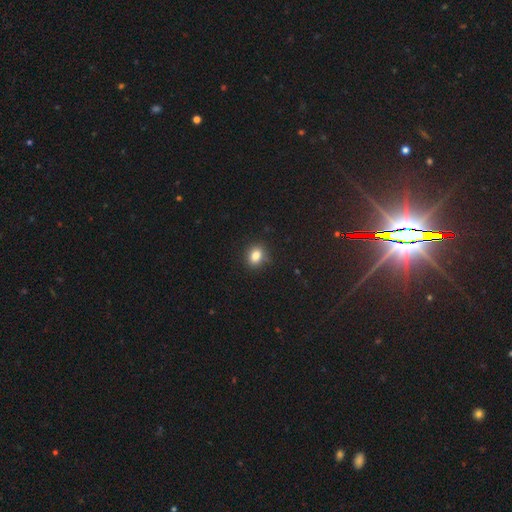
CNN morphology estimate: The model was most divided on "how rounded": in between: 53%, round: 45%, cigar-shaped: 1%. More confident: merging — none (85%); smooth or featured — smooth (83%).